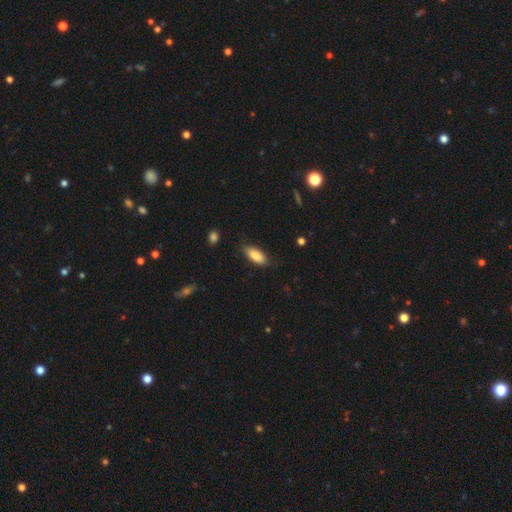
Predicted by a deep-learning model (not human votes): A smooth galaxy with no disk features (85%) that is in between round and cigar-shaped (80%).

Vote fractions:
- Smooth or featured? smooth: 85% / featured or disk: 9% / star or artifact: 7%
- How rounded? in between: 80% / cigar-shaped: 18% / round: 2%
- Merging? none: 81% / minor disturbance: 15% / major disturbance: 3% / merger: 1%